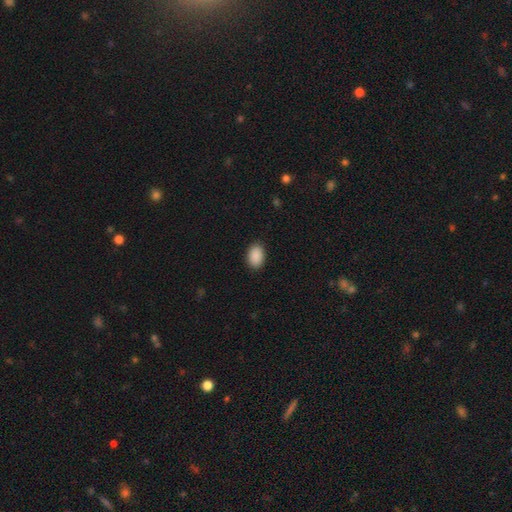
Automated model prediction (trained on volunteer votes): Smooth or featured: smooth — 90% (star or artifact — 7%)
How rounded: in between — 87% (round — 12%)
Merging: none — 89% (minor disturbance — 8%)